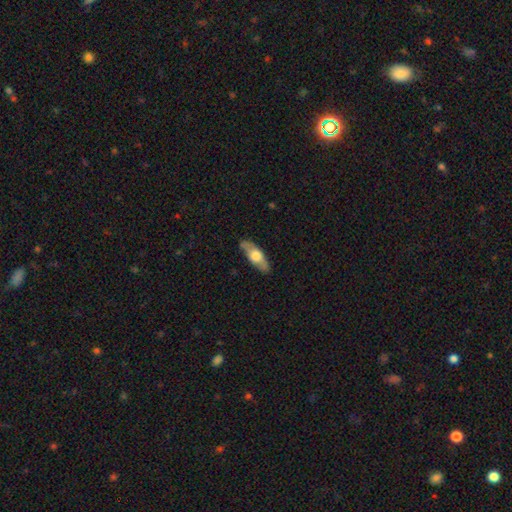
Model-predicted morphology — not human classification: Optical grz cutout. It shows a smooth galaxy with no disk features (49%). Merging: none (82%).